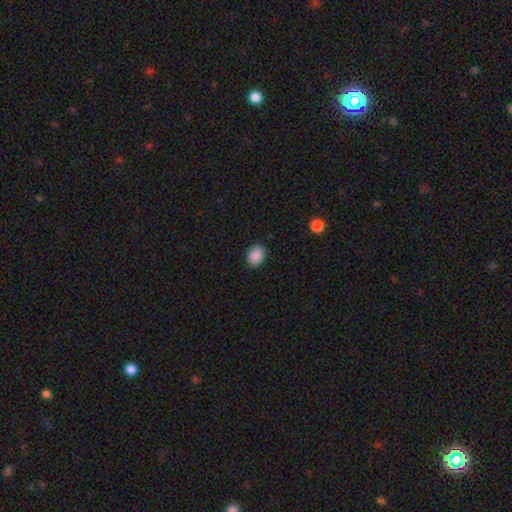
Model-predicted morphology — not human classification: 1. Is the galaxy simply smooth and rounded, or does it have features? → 90% smooth, 8% star or artifact, 3% featured or disk.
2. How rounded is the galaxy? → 70% in between, 29% round, 1% cigar-shaped.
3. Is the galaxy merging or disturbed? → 89% none, 8% minor disturbance, 2% major disturbance, 1% merger.